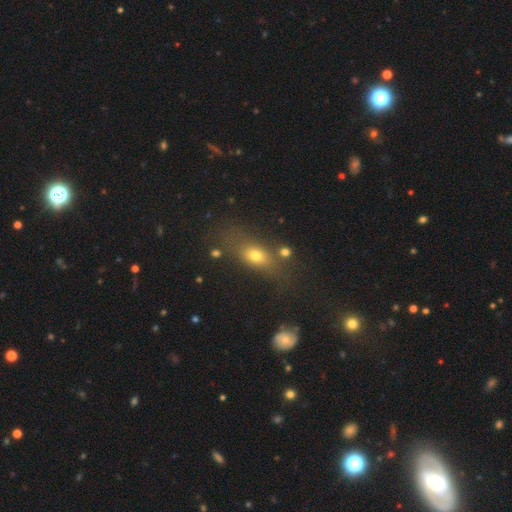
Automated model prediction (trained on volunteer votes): Smooth or featured? smooth (65%)
How rounded? in between (65%)
Merging? none (64%)